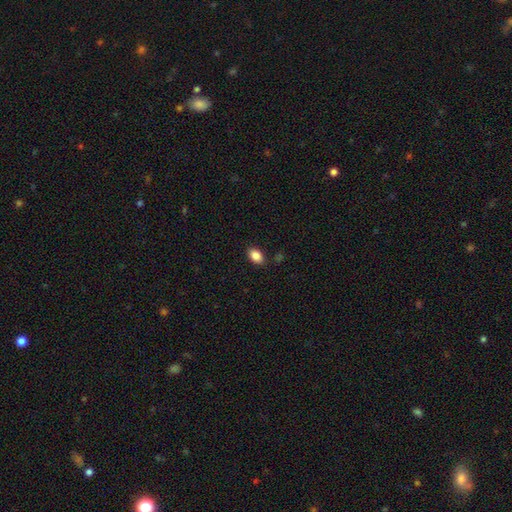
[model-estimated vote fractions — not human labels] Q: Smooth or featured?
A: smooth (86%); runner-up: star or artifact (9%)
Q: How rounded?
A: in between (88%); runner-up: round (11%)
Q: Merging?
A: none (86%); runner-up: minor disturbance (10%)